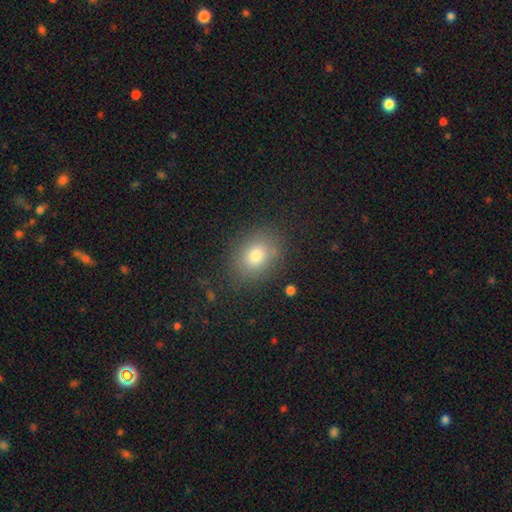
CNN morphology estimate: type=smooth (78%); roundness=in between (58%); merging=none (82%).